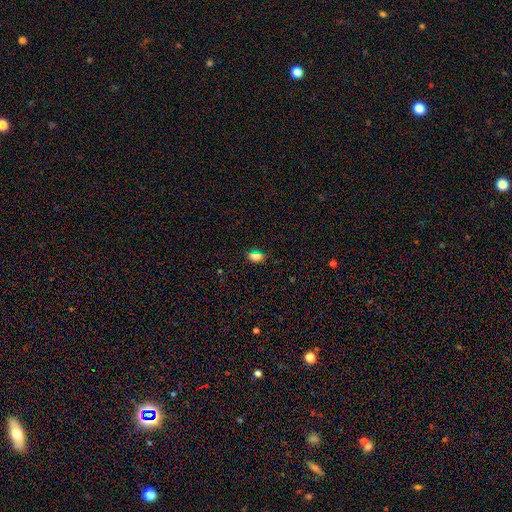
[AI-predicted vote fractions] smooth-or-featured: smooth: 75% | star or artifact: 18% | featured or disk: 7%
  how-rounded: in between: 79% | round: 16% | cigar-shaped: 4%
  merging: none: 84% | minor disturbance: 12% | major disturbance: 3% | merger: 2%